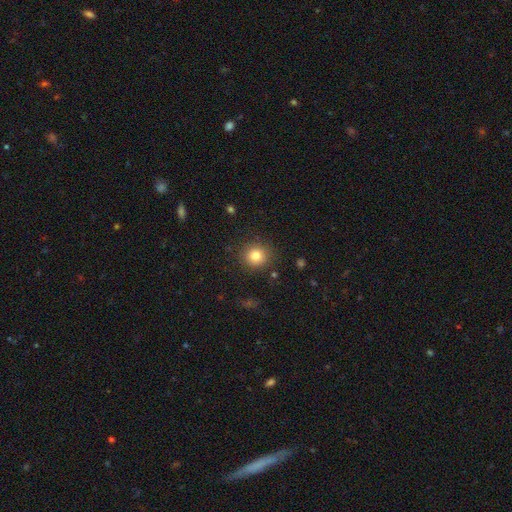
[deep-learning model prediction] Smooth or featured: smooth — 82% (star or artifact — 11%)
How rounded: round — 90% (in between — 9%)
Merging: none — 88% (minor disturbance — 7%)